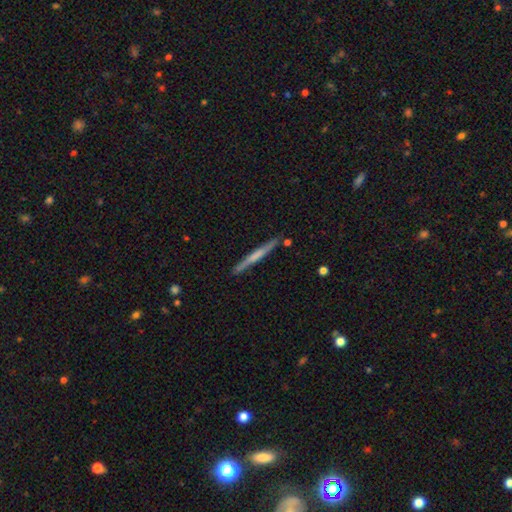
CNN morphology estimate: This is possibly a featured or disk galaxy (49%). Merging: clearly none (88%).